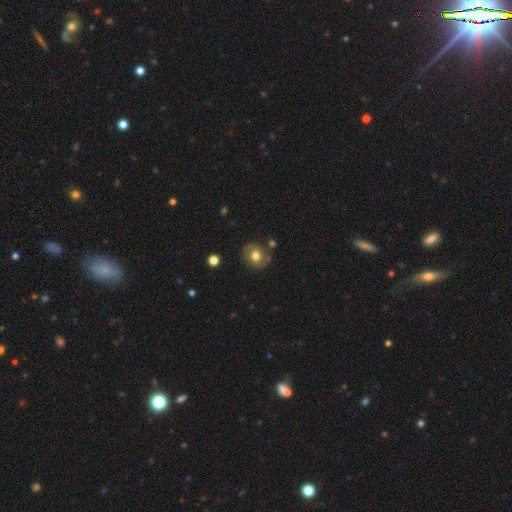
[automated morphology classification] Smooth or featured? smooth (64%)
How rounded? round (76%)
Merging? none (79%)